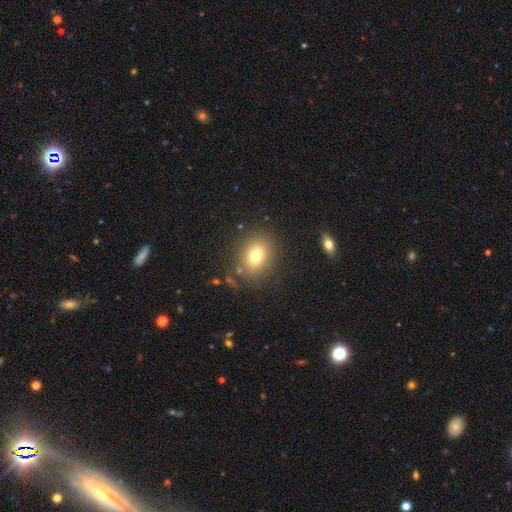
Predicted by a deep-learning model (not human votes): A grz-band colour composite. It shows a smooth galaxy with no disk features (76%) that is in between round and cigar-shaped (52%). Merging: none (81%).